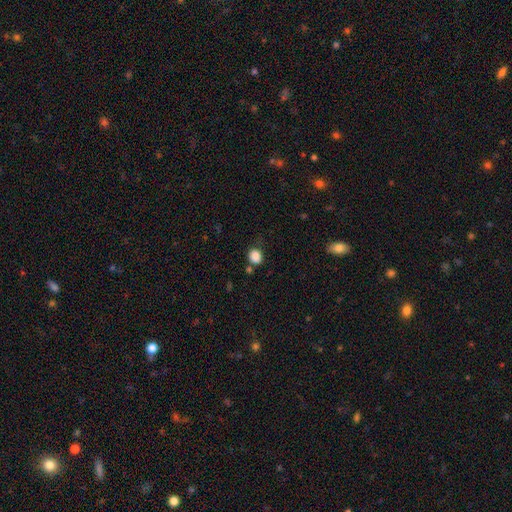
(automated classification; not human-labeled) Smooth or featured: smooth — 86% (star or artifact — 10%)
How rounded: round — 67% (in between — 32%)
Merging: none — 69% (minor disturbance — 18%)